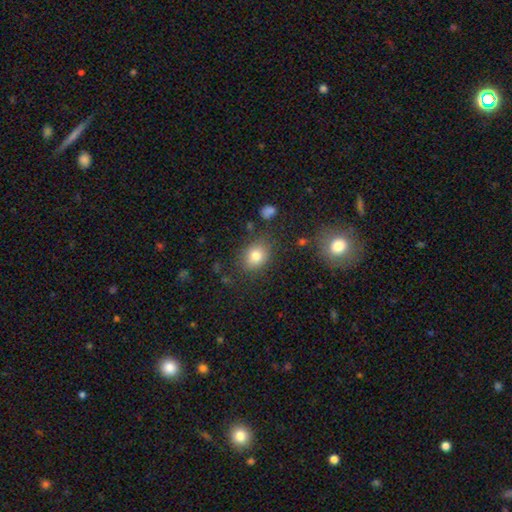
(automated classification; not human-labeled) smooth_or_featured: smooth (p=0.79) [alt: star or artifact p=0.11]
how_rounded: in between (p=0.52) [alt: round p=0.47]
merging: none (p=0.80) [alt: minor disturbance p=0.13]